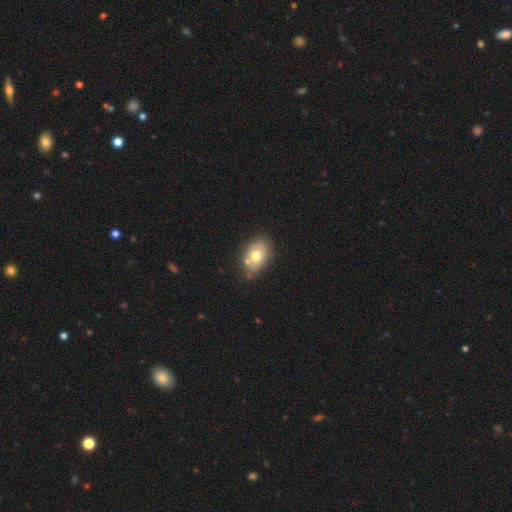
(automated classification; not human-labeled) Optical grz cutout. It shows a smooth galaxy with no disk features (70%) that is in between round and cigar-shaped (78%). Merging: none (67%).